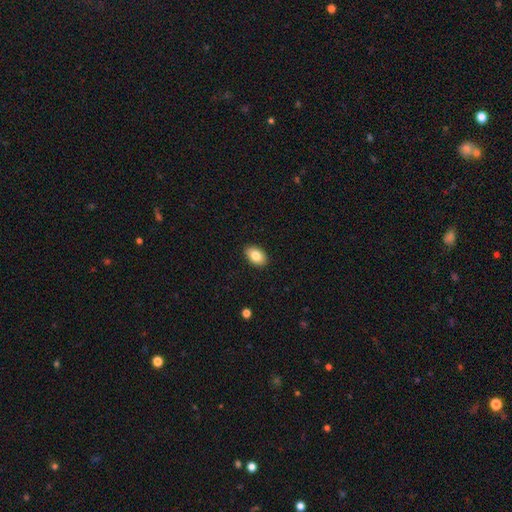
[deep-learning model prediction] Smooth or featured? smooth (82%)
How rounded? in between (91%)
Merging? none (90%)